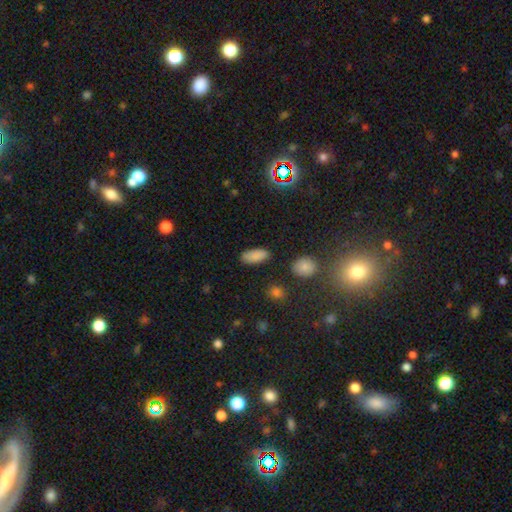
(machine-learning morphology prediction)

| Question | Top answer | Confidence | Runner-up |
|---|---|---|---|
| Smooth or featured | smooth | 85% | star or artifact (9%) |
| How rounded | in between | 87% | cigar-shaped (10%) |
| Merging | none | 83% | minor disturbance (11%) |